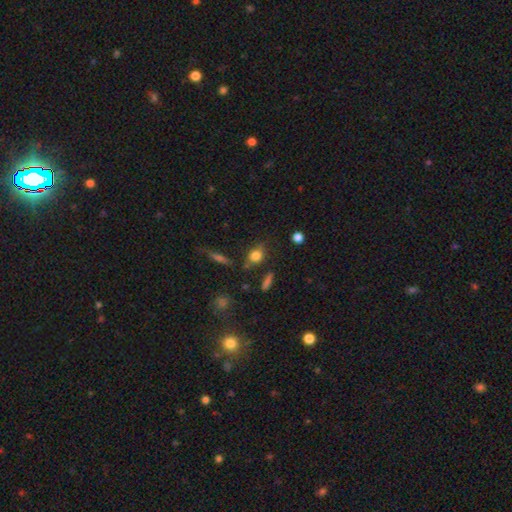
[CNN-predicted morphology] Smooth or featured? Predicted: smooth (p=0.76). How rounded? Predicted: round (p=0.54). Merging? Predicted: none (p=0.67).